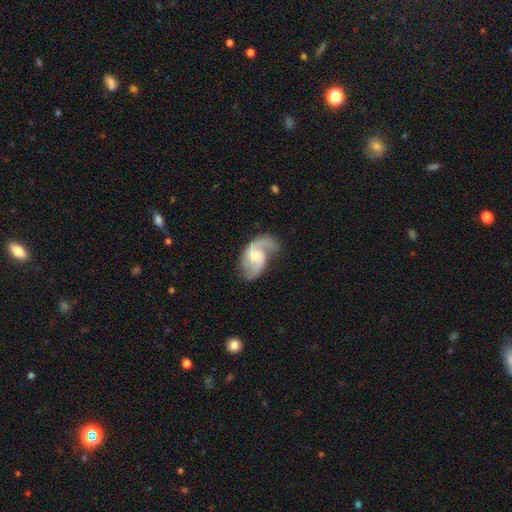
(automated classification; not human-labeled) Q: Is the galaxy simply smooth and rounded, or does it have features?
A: featured or disk — 88%.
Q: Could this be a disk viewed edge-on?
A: no — 98%.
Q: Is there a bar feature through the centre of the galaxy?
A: no — 50%.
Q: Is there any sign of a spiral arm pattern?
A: yes — 97%.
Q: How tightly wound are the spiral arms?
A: medium — 49%.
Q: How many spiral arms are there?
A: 2 — 84%.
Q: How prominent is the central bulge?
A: moderate — 52%.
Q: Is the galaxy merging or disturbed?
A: none — 67%.